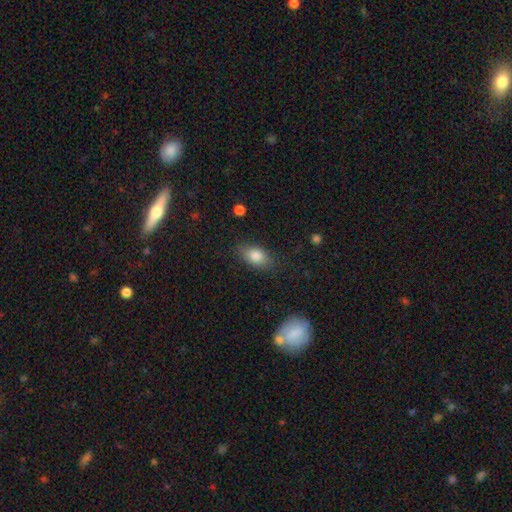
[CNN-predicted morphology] This is clearly a smooth galaxy (83%). How rounded: clearly in between (86%). Merging: likely none (79%).